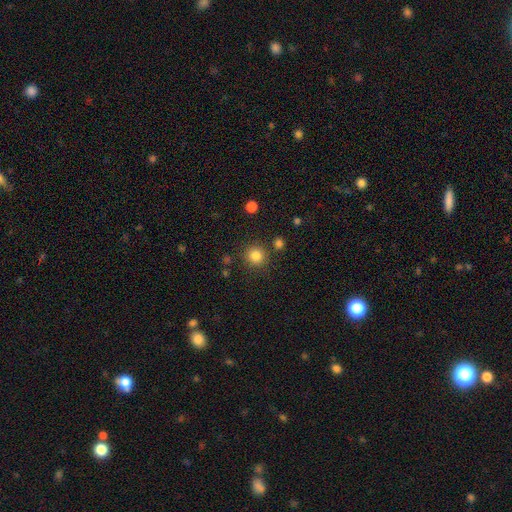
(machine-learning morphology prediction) Smooth or featured?
  - smooth: 83% *
  - star or artifact: 12%
  - featured or disk: 5%
How rounded?
  - round: 93% *
  - in between: 6%
  - cigar-shaped: 1%
Merging?
  - none: 84% *
  - minor disturbance: 8%
  - merger: 5%
  - major disturbance: 3%